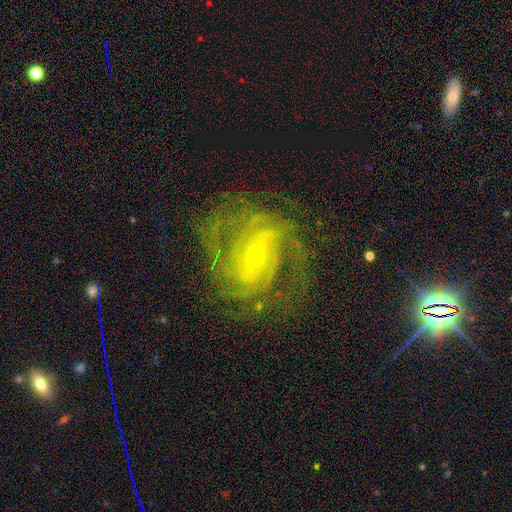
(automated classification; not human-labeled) Smooth or featured? featured or disk (87%)
Edge-on disk? no (96%)
Bar? strong (46%)
Spiral arms? yes (96%)
Spiral winding? tight (45%)
Spiral arm count? 2 (33%)
Bulge size? small (73%)
Merging? none (71%)